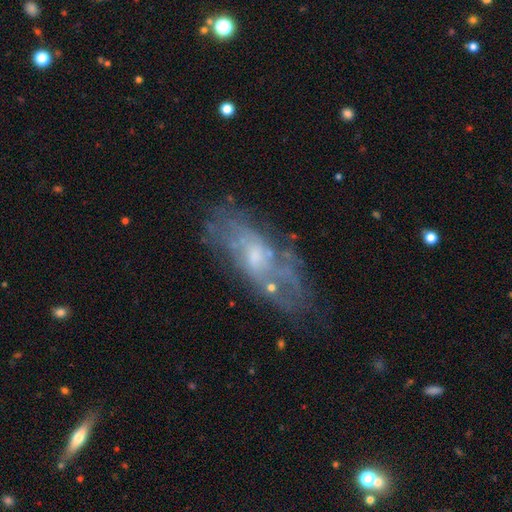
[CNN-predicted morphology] smooth_or_featured: featured or disk (p=0.66) [alt: smooth p=0.26]
disk_edge_on: no (p=0.87) [alt: yes p=0.13]
bar: no (p=0.64) [alt: weak p=0.31]
has_spiral_arms: yes (p=0.55) [alt: no p=0.45]
bulge_size: small (p=0.48) [alt: moderate p=0.37]
merging: none (p=0.59) [alt: minor disturbance p=0.22]